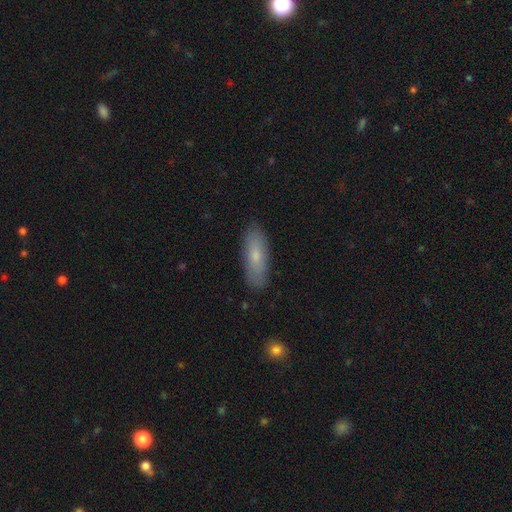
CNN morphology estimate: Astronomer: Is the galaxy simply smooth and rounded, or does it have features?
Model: smooth — 71%.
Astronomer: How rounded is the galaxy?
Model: in between — 61% (runner-up: cigar-shaped, 37%).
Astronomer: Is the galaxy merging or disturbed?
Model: none — 85%.